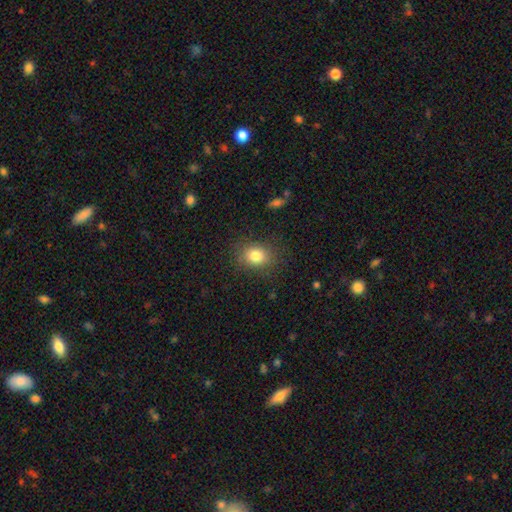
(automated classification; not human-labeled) Smooth or featured: smooth — 82% (star or artifact — 10%)
How rounded: in between — 50% (round — 49%)
Merging: none — 82% (minor disturbance — 12%)